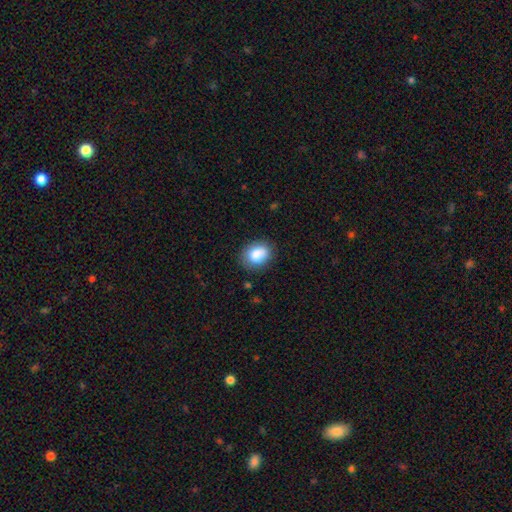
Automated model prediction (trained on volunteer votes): The model was most divided on "how rounded": in between: 55%, round: 44%, cigar-shaped: 1%. More confident: smooth or featured — smooth (85%); merging — none (77%).